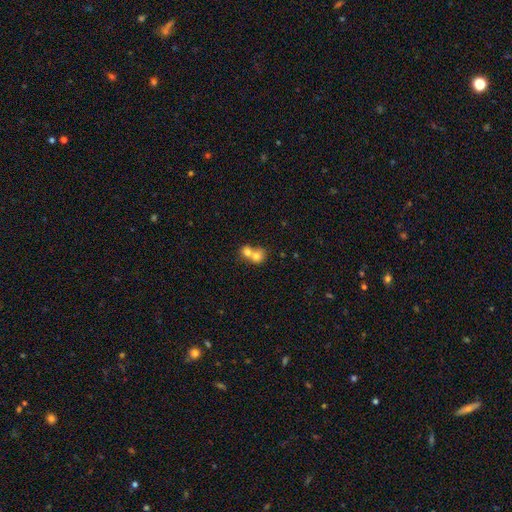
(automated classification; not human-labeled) This appears to be a smooth galaxy with no disk features (72%) that is round (72%). Merging: merger (72%).